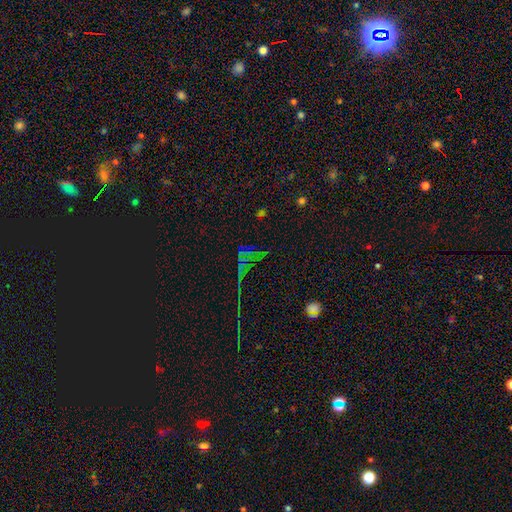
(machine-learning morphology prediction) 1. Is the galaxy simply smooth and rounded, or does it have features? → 68% star or artifact, 19% smooth, 14% featured or disk.